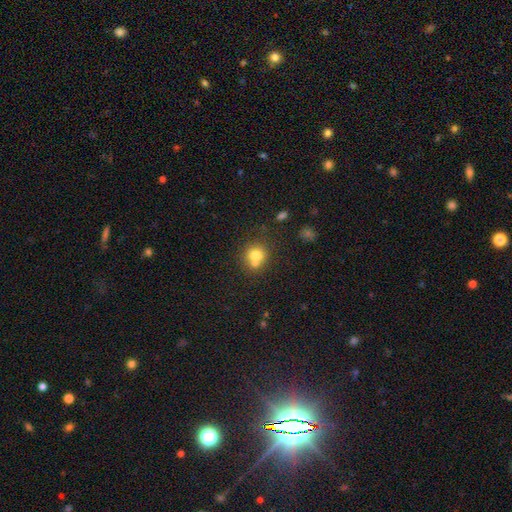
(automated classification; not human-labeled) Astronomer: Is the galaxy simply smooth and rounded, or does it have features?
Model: smooth — 73%.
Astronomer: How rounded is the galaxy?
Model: round — 83%.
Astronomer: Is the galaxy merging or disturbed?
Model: none — 46% (runner-up: merger, 42%).